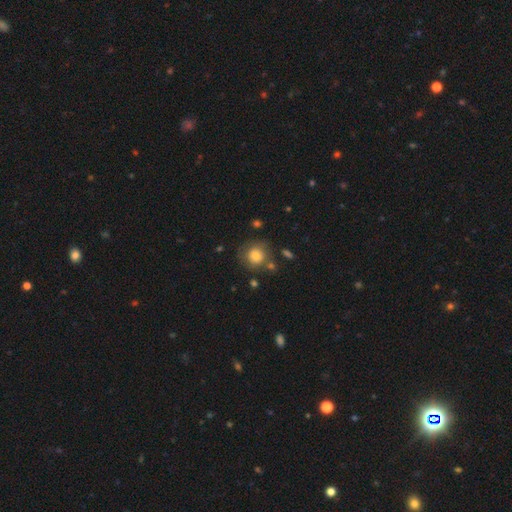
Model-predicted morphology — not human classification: smooth_or_featured: smooth (p=0.76) [alt: featured or disk p=0.15]
how_rounded: round (p=0.88) [alt: in between p=0.11]
merging: none (p=0.68) [alt: minor disturbance p=0.17]